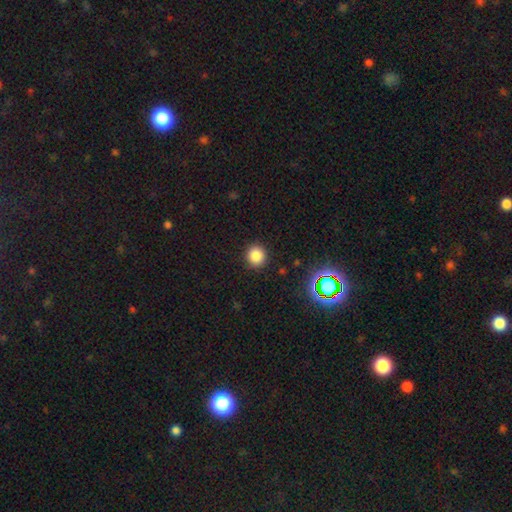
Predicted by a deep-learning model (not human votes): Smooth or featured?
  - smooth: 83% *
  - star or artifact: 13%
  - featured or disk: 4%
How rounded?
  - round: 90% *
  - in between: 9%
  - cigar-shaped: 1%
Merging?
  - none: 90% *
  - minor disturbance: 6%
  - major disturbance: 2%
  - merger: 1%